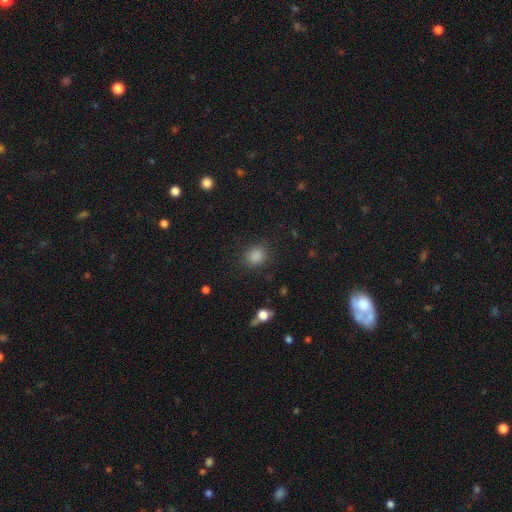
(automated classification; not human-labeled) This appears to be a smooth galaxy with no disk features (82%) that is round (77%). Merging: none (87%).